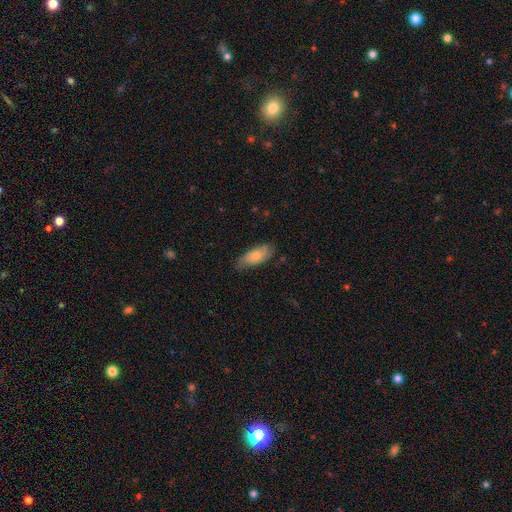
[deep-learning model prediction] smooth 64%, featured or disk 30%, star or artifact 6%. Down the decision tree: how rounded — in between (85%); merging — none (70%).